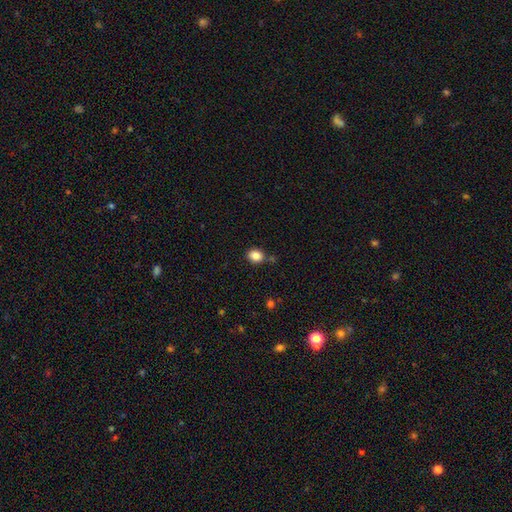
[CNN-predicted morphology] Smooth or featured? Predicted: smooth (p=0.85). How rounded? Predicted: round (p=0.63). Merging? Predicted: none (p=0.79).